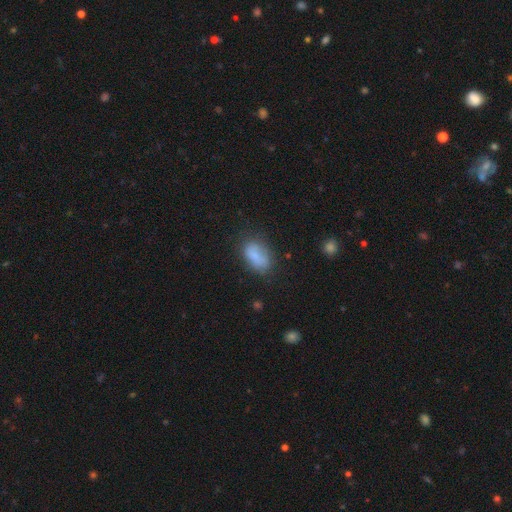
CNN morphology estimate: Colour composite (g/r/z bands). It shows a smooth galaxy with no disk features (78%) that is in between round and cigar-shaped (89%). Merging: none (61%).